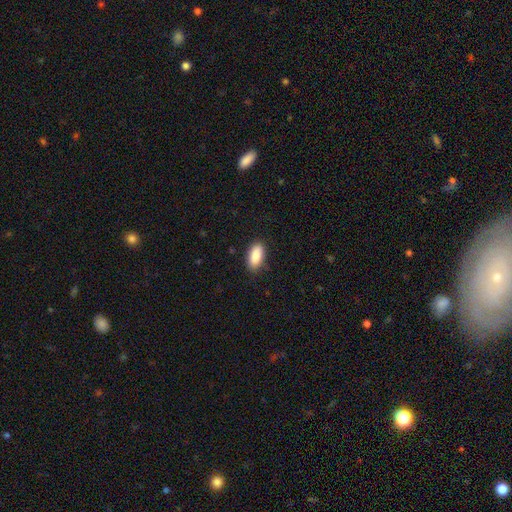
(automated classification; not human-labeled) This is clearly a smooth galaxy (89%). How rounded: clearly in between (90%). Merging: clearly none (87%).